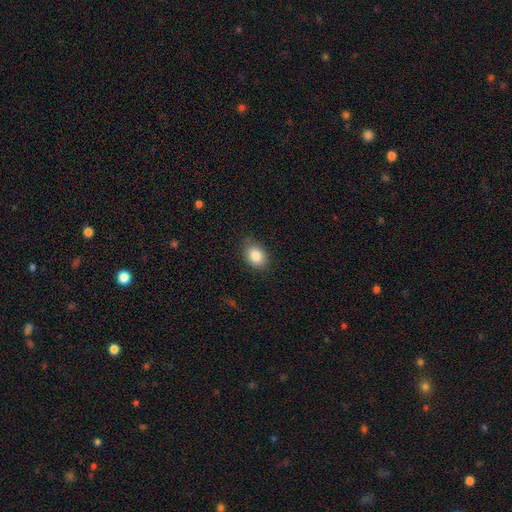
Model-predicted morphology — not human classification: type=smooth (84%); roundness=in between (70%); merging=none (81%).